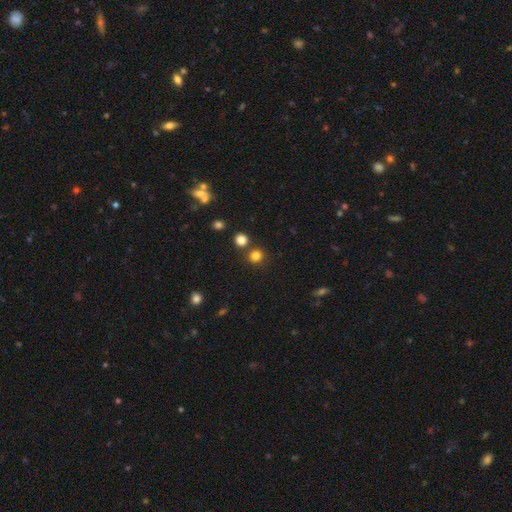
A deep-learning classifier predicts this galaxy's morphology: Smooth or featured?
  - smooth: 80% *
  - star or artifact: 15%
  - featured or disk: 5%
How rounded?
  - round: 89% *
  - in between: 10%
  - cigar-shaped: 1%
Merging?
  - none: 77% *
  - merger: 13%
  - minor disturbance: 7%
  - major disturbance: 3%